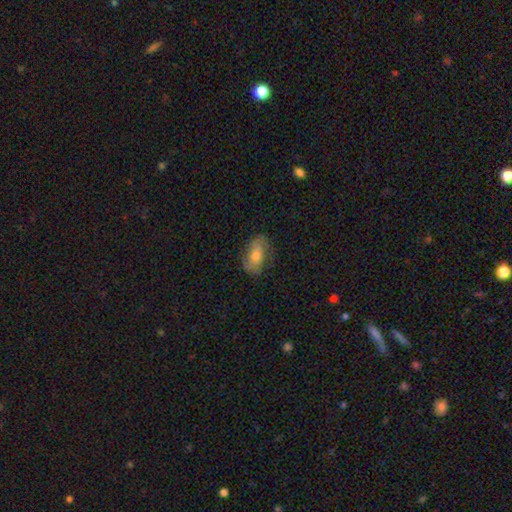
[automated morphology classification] smooth 58%, featured or disk 34%, star or artifact 8%. Down the decision tree: how rounded — in between (86%); merging — none (71%).